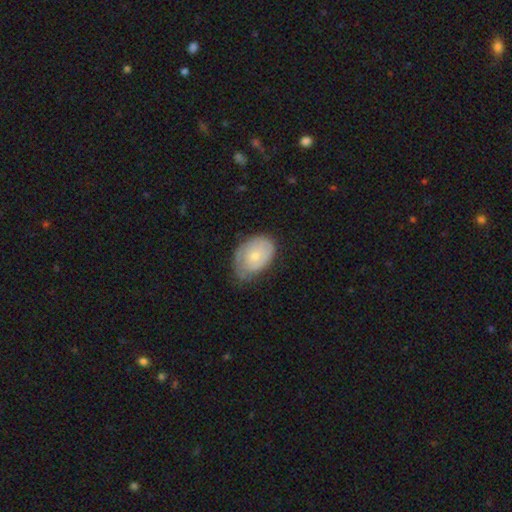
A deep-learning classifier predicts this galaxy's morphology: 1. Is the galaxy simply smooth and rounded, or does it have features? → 51% smooth, 44% featured or disk, 6% star or artifact.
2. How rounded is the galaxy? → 81% in between, 18% round, 1% cigar-shaped.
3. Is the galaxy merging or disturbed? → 51% none, 36% minor disturbance, 11% major disturbance, 1% merger.